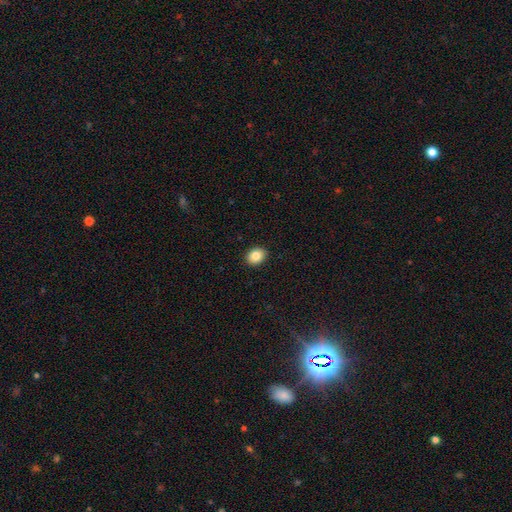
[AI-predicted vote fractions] Smooth or featured?
  - smooth: 84% *
  - star or artifact: 9%
  - featured or disk: 7%
How rounded?
  - in between: 52% *
  - round: 47%
  - cigar-shaped: 1%
Merging?
  - none: 91% *
  - minor disturbance: 6%
  - major disturbance: 2%
  - merger: 1%